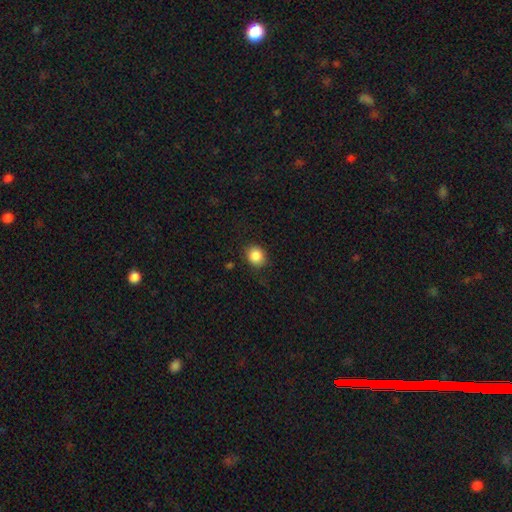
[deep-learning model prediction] Smooth or featured? Predicted: smooth (p=0.87). How rounded? Predicted: round (p=0.77). Merging? Predicted: none (p=0.84).